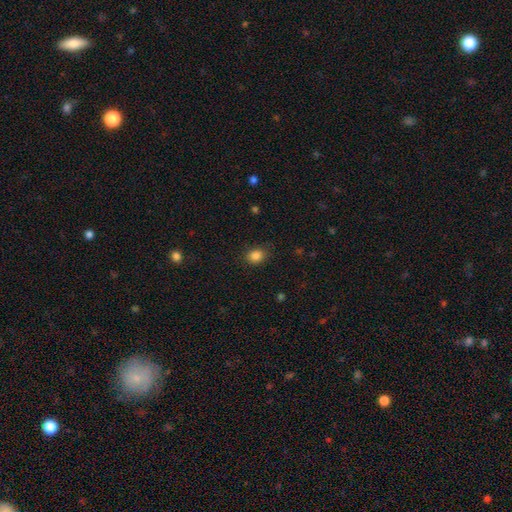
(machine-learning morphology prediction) Smooth or featured?
  - smooth: 85% *
  - star or artifact: 11%
  - featured or disk: 4%
How rounded?
  - round: 58% *
  - in between: 41%
  - cigar-shaped: 1%
Merging?
  - none: 81% *
  - minor disturbance: 14%
  - major disturbance: 4%
  - merger: 1%